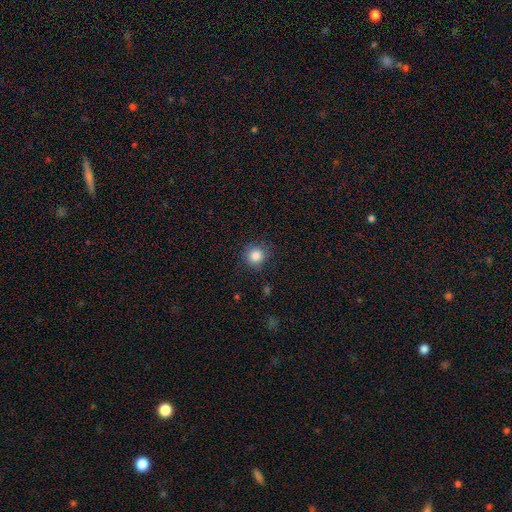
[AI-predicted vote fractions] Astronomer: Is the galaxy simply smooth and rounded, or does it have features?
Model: smooth — 85%.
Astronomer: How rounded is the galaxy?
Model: round — 91%.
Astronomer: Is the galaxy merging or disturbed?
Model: none — 86%.